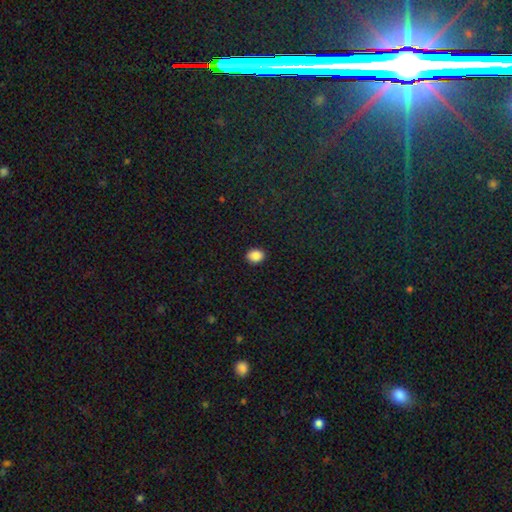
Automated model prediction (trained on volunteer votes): Smooth or featured: smooth — 87% (star or artifact — 9%)
How rounded: in between — 50% (round — 49%)
Merging: none — 90% (minor disturbance — 7%)